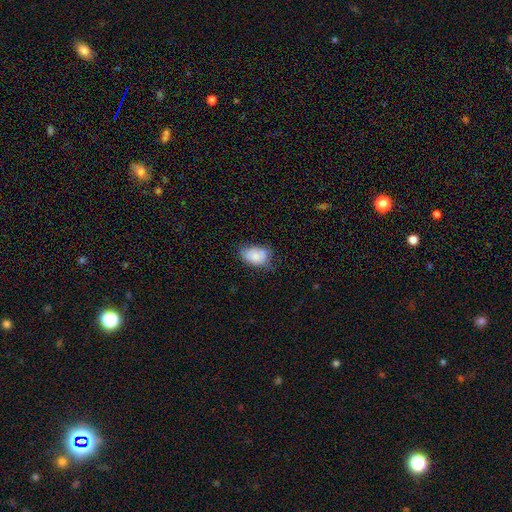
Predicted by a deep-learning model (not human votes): Overall: smooth (80%). How rounded: in between (87%). Merging: none (58%; minor disturbance 31%).